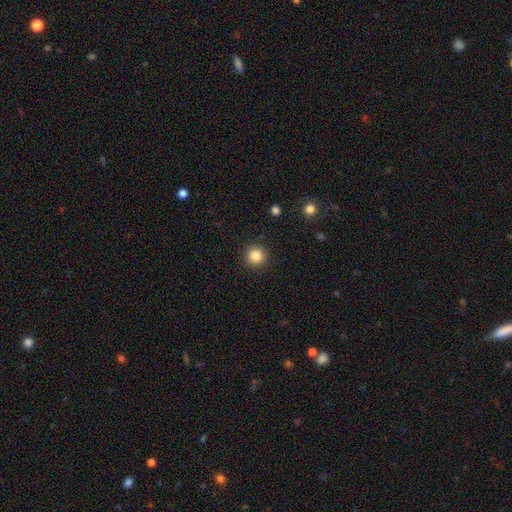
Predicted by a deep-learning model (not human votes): Q: Smooth or featured?
A: smooth (84%); runner-up: star or artifact (11%)
Q: How rounded?
A: round (95%); runner-up: in between (4%)
Q: Merging?
A: none (92%); runner-up: minor disturbance (5%)